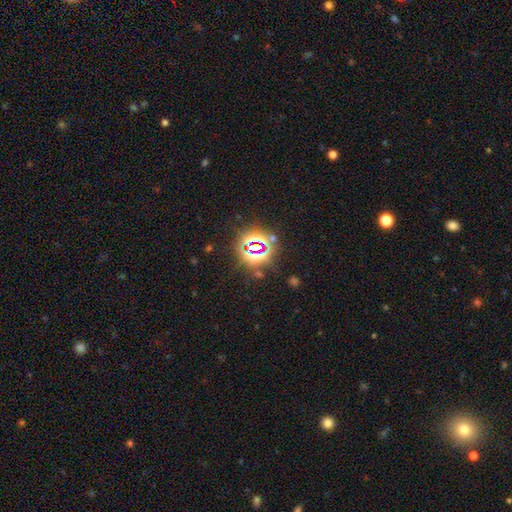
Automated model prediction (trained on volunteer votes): Smooth or featured? Predicted: star or artifact (p=0.79).